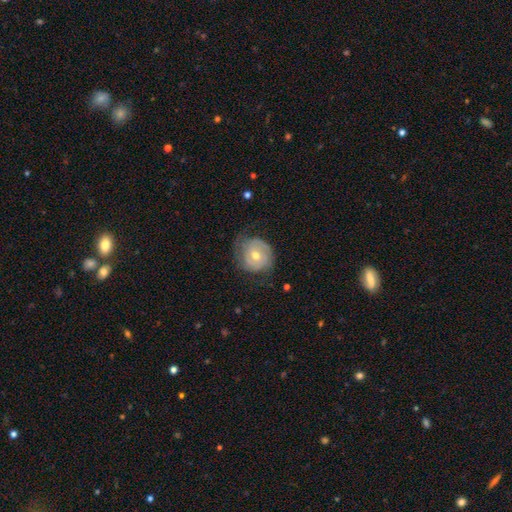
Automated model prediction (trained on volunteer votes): smooth_or_featured: featured or disk (p=0.64) [alt: smooth p=0.29]
disk_edge_on: no (p=0.97) [alt: yes p=0.03]
bar: no (p=0.70) [alt: weak p=0.24]
has_spiral_arms: yes (p=0.79) [alt: no p=0.21]
bulge_size: moderate (p=0.66) [alt: small p=0.30]
merging: none (p=0.61) [alt: minor disturbance p=0.24]